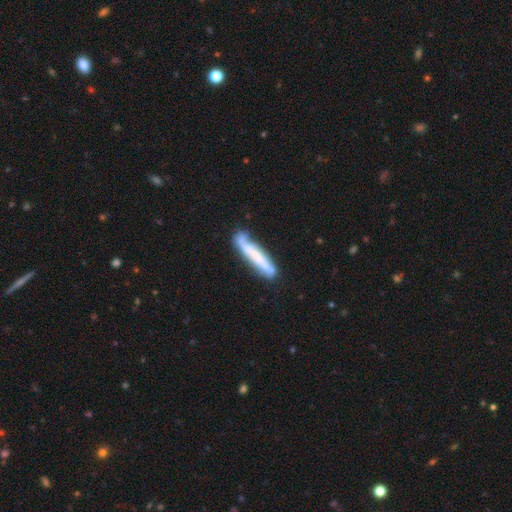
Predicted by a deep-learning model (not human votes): Q: Smooth or featured?
A: featured or disk (48%); runner-up: smooth (46%)
Q: Merging?
A: none (72%); runner-up: minor disturbance (19%)